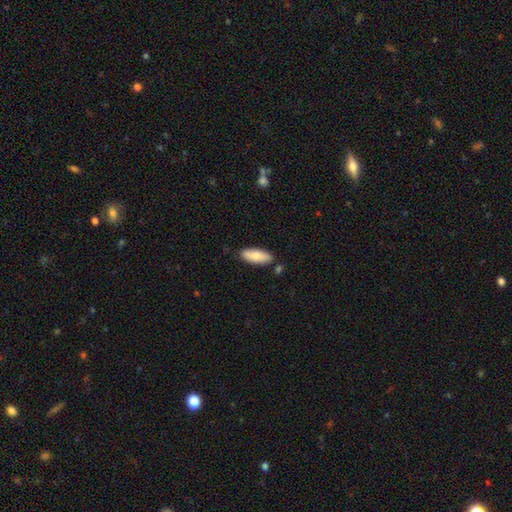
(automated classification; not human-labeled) Smooth or featured?
  - smooth: 82% *
  - featured or disk: 13%
  - star or artifact: 6%
How rounded?
  - in between: 72% *
  - cigar-shaped: 26%
  - round: 2%
Merging?
  - none: 82% *
  - minor disturbance: 12%
  - merger: 3%
  - major disturbance: 2%